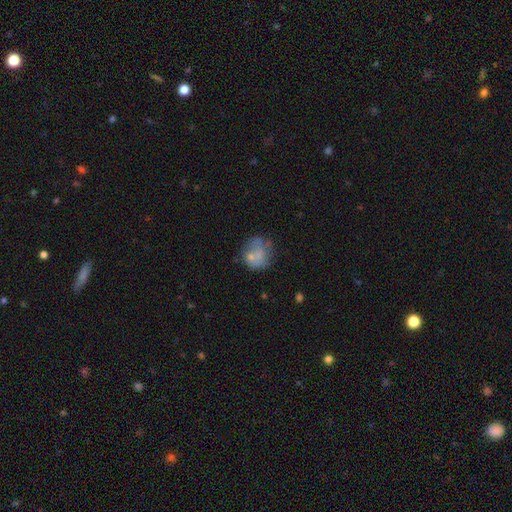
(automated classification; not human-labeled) Smooth or featured? Predicted: smooth (p=0.60). How rounded? Predicted: round (p=0.75). Merging? Predicted: none (p=0.45).